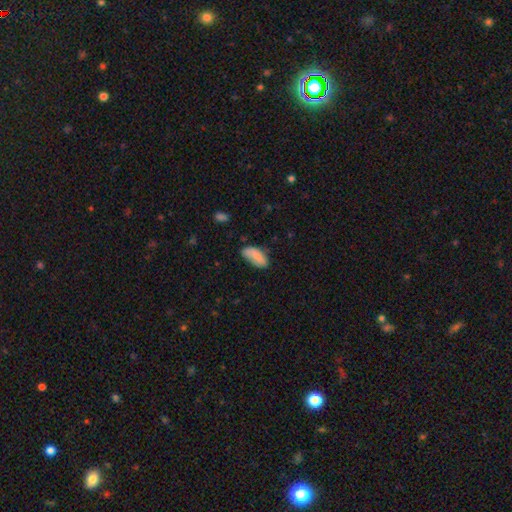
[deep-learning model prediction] Q: Smooth or featured?
A: smooth (84%); runner-up: featured or disk (9%)
Q: How rounded?
A: in between (91%); runner-up: cigar-shaped (6%)
Q: Merging?
A: none (57%); runner-up: minor disturbance (31%)